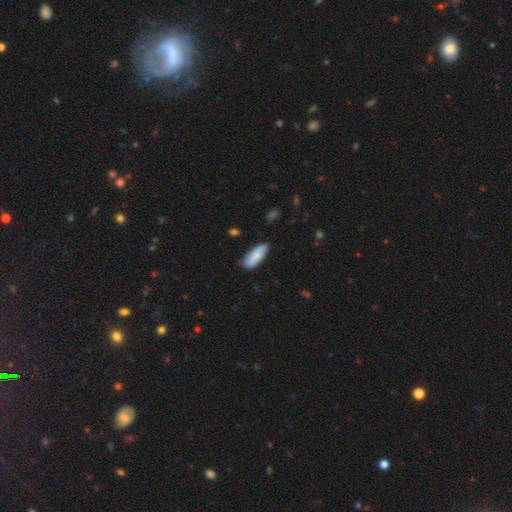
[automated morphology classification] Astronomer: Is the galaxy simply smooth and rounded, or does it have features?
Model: smooth — 80%.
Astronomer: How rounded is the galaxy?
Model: in between — 73%.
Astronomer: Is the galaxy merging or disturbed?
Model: none — 76%.